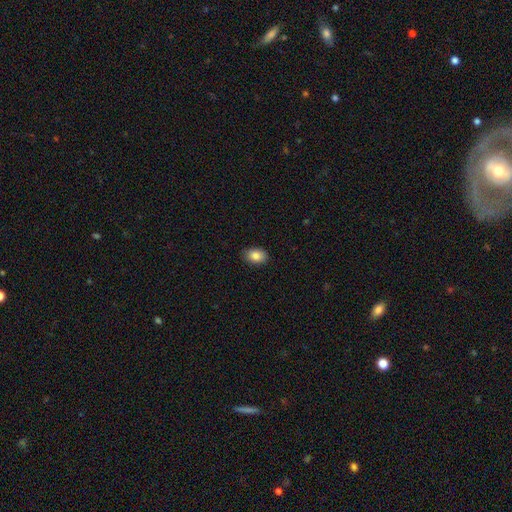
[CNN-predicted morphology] Smooth or featured: smooth — 86% (star or artifact — 8%)
How rounded: in between — 82% (round — 17%)
Merging: none — 88% (minor disturbance — 10%)